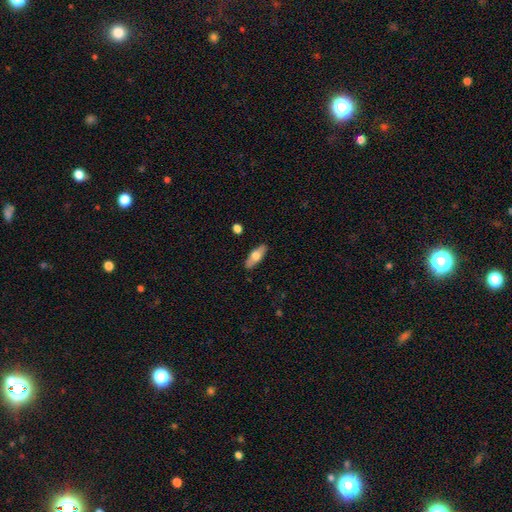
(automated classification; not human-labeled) smooth 59%, featured or disk 35%, star or artifact 6%. Down the decision tree: how rounded — in between (68%); merging — none (87%).